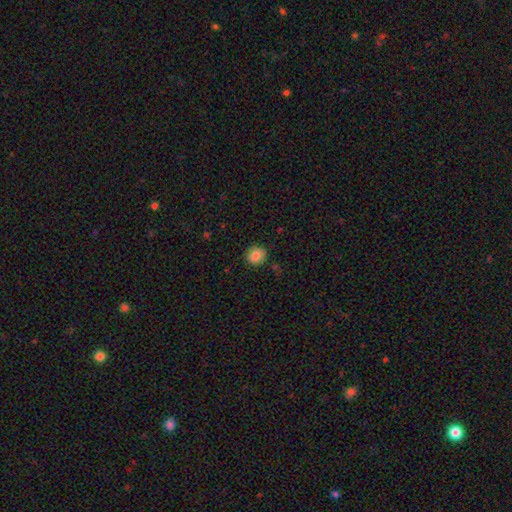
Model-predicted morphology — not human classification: The model was most divided on "how rounded": round: 86%, in between: 13%, cigar-shaped: 1%. More confident: merging — none (87%); smooth or featured — smooth (84%).